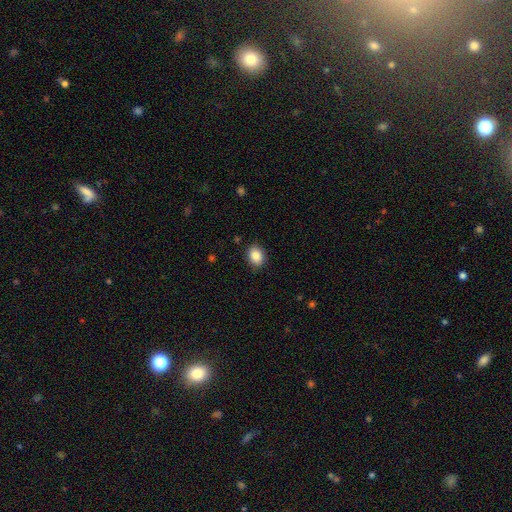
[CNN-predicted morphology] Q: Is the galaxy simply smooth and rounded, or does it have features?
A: smooth — 88%.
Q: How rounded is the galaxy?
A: in between — 58%.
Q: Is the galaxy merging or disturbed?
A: none — 87%.